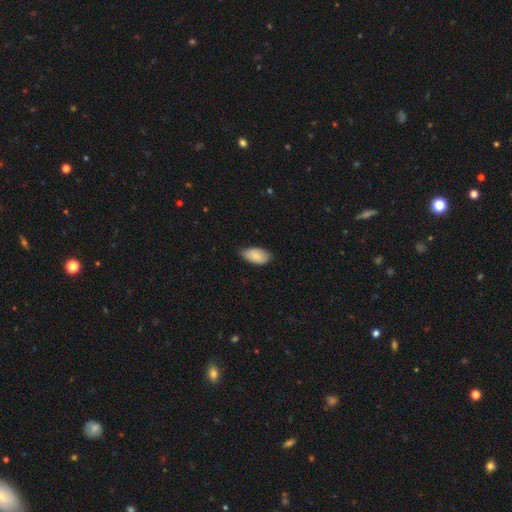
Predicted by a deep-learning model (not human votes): Smooth or featured? Predicted: smooth (p=0.84). How rounded? Predicted: in between (p=0.95). Merging? Predicted: none (p=0.73).